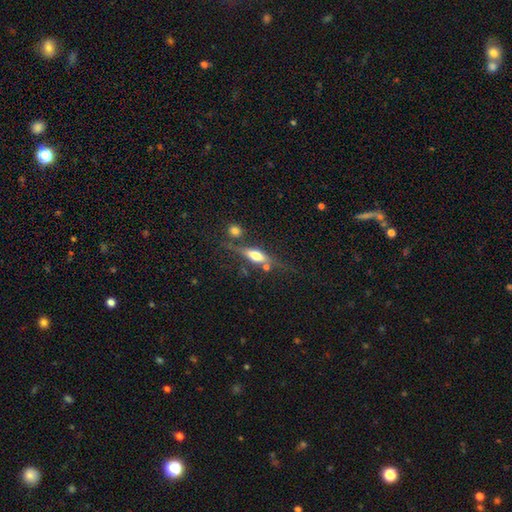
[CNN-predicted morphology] Smooth or featured? Predicted: featured or disk (p=0.53). Edge-on disk? Predicted: yes (p=0.88). Merging? Predicted: none (p=0.67).